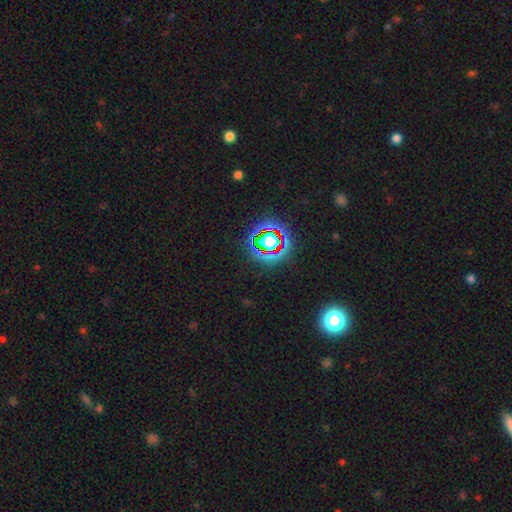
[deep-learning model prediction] Q: Smooth or featured?
A: star or artifact (76%); runner-up: smooth (15%)